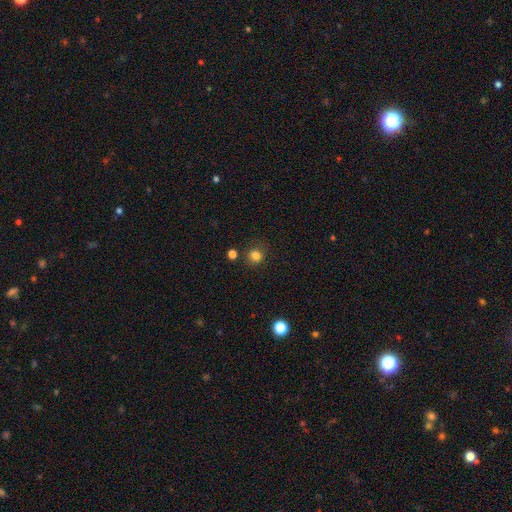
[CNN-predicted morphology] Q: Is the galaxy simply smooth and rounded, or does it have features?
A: smooth — 81%.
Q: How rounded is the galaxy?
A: round — 80%.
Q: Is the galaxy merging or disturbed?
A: none — 78%.